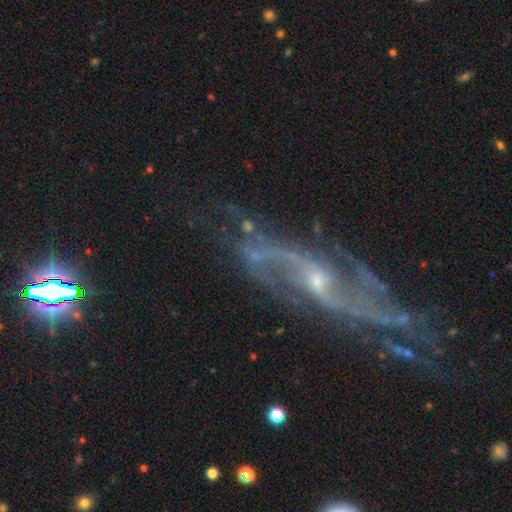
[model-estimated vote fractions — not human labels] Smooth or featured: featured or disk — 87% (star or artifact — 8%)
Edge-on disk: no — 93% (yes — 7%)
Bar: no — 46% (weak — 40%)
Spiral arms: yes — 96% (no — 4%)
Spiral winding: loose — 57% (medium — 32%)
Spiral arm count: 2 — 78% (can't tell — 9%)
Bulge size: small — 66% (moderate — 28%)
Merging: none — 60% (minor disturbance — 19%)